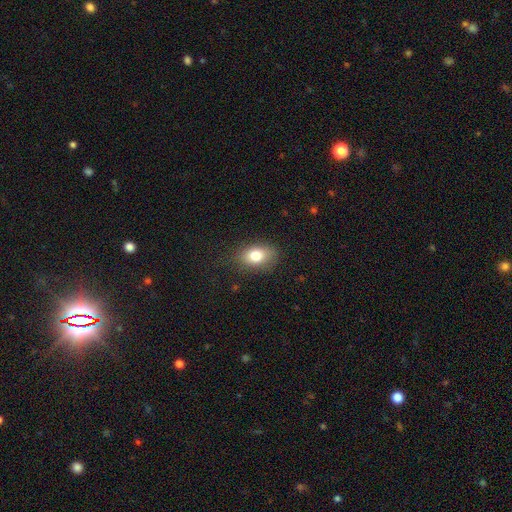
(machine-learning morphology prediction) The model was most divided on "merging": none: 78%, minor disturbance: 16%, major disturbance: 5%, merger: 1%. More confident: how rounded — in between (80%); smooth or featured — smooth (79%).